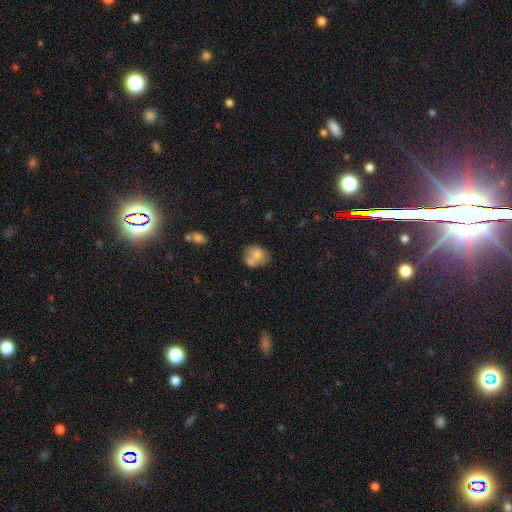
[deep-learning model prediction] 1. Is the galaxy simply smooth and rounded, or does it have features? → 71% smooth, 21% featured or disk, 8% star or artifact.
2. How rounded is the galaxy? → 53% in between, 46% round, 1% cigar-shaped.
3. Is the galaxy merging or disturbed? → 42% merger, 37% none, 15% minor disturbance, 6% major disturbance.